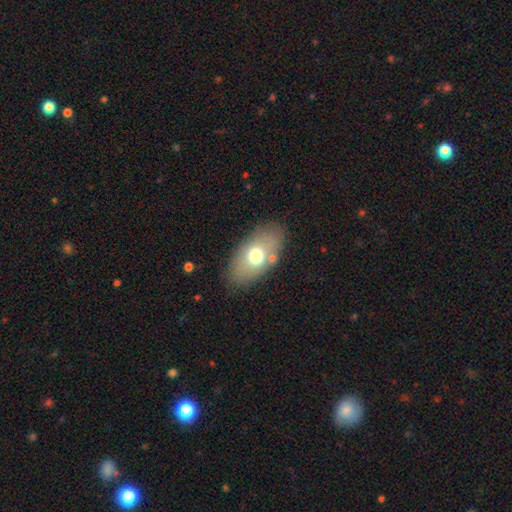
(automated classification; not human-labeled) Smooth or featured?
  - smooth: 66% *
  - featured or disk: 25%
  - star or artifact: 8%
How rounded?
  - in between: 91% *
  - round: 7%
  - cigar-shaped: 2%
Merging?
  - none: 80% *
  - minor disturbance: 12%
  - major disturbance: 4%
  - merger: 4%